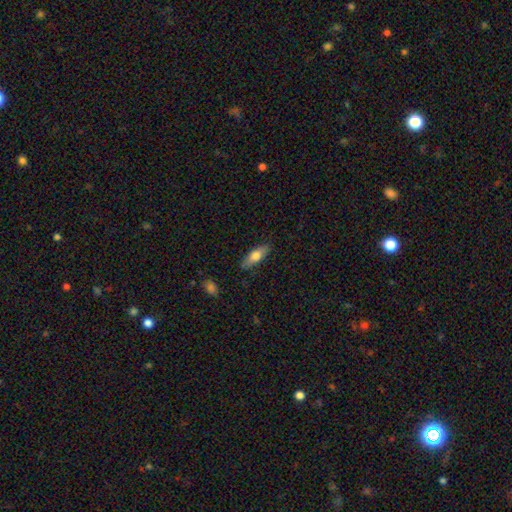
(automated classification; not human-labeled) A smooth galaxy with no disk features (66%) that is in between round and cigar-shaped (56%).

Vote fractions:
- Smooth or featured? smooth: 66% / featured or disk: 28% / star or artifact: 6%
- How rounded? in between: 56% / cigar-shaped: 42% / round: 3%
- Merging? none: 87% / minor disturbance: 10% / major disturbance: 2% / merger: 1%